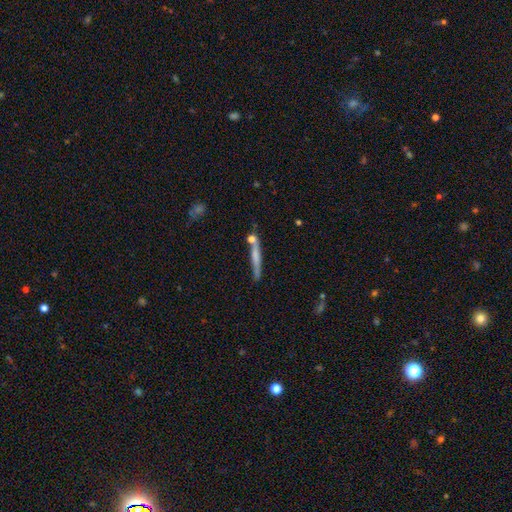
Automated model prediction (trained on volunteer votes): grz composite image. It shows a smooth galaxy with no disk features (53%) that is cigar-shaped (94%). Merging: none (70%).